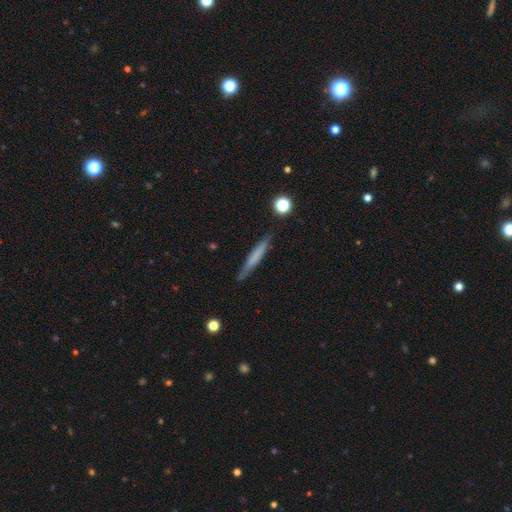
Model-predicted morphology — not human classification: Overall: smooth (62%; featured or disk 31%). How rounded: cigar-shaped (94%). Merging: none (84%).